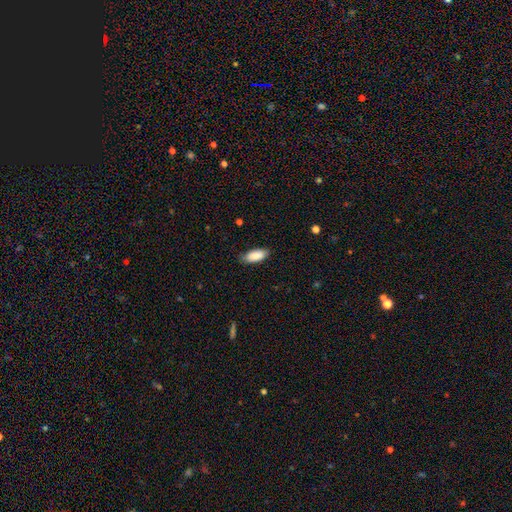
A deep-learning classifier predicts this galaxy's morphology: This appears to be a smooth galaxy with no disk features (88%) that is in between round and cigar-shaped (84%). Merging: none (81%).